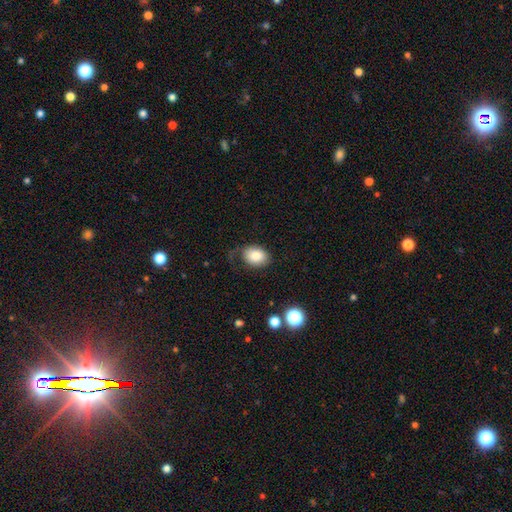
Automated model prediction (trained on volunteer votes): smooth 82%, featured or disk 10%, star or artifact 8%. Down the decision tree: how rounded — in between (66%); merging — none (59%).